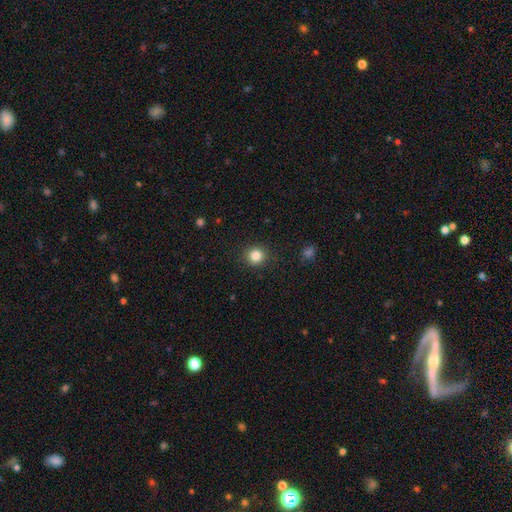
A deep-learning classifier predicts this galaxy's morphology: smooth 83%, star or artifact 11%, featured or disk 5%. Down the decision tree: how rounded — round (91%); merging — none (91%).